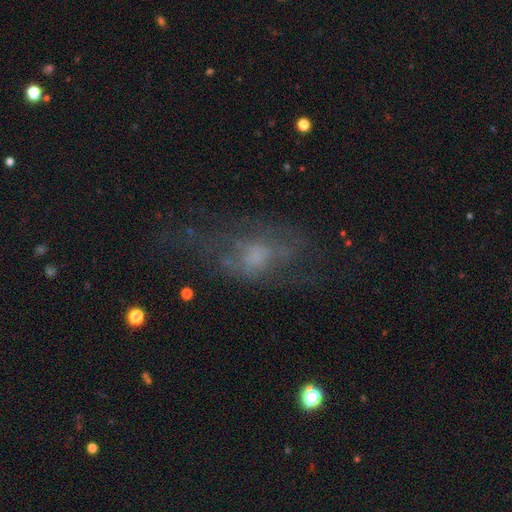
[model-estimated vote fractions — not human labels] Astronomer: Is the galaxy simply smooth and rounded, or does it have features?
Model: featured or disk — 49% (runner-up: smooth, 36%).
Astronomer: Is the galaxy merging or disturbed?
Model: none — 43% (runner-up: major disturbance, 33%).